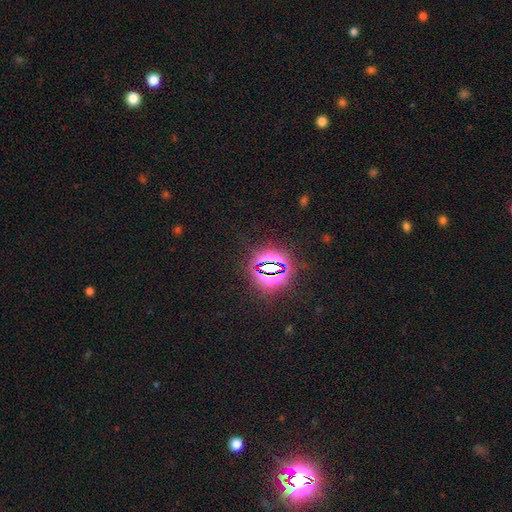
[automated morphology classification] type=star or artifact (83%).